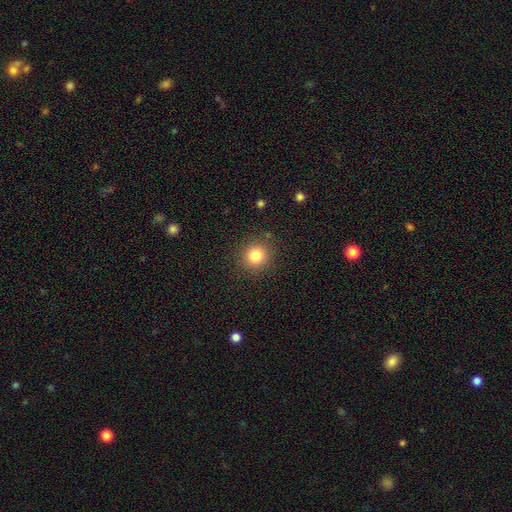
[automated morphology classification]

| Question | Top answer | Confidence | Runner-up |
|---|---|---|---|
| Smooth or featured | smooth | 81% | star or artifact (12%) |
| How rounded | round | 89% | in between (10%) |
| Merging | none | 88% | minor disturbance (8%) |